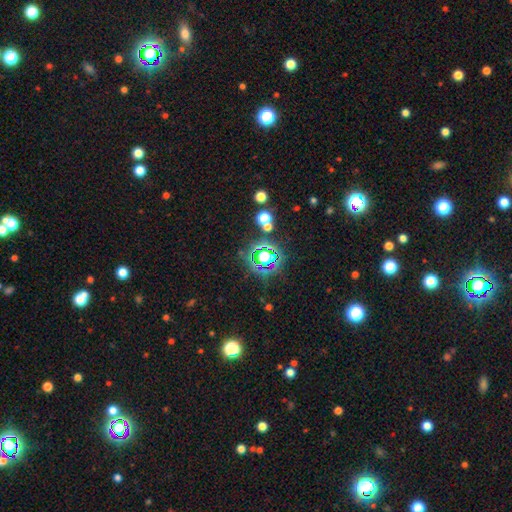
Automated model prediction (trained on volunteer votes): This appears to be a star or artifact, not a galaxy (79%).